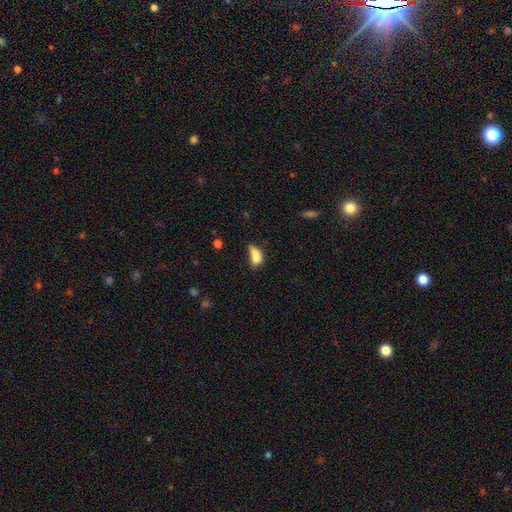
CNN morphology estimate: smooth_or_featured: smooth (p=0.75) [alt: featured or disk p=0.14]
how_rounded: in between (p=0.82) [alt: cigar-shaped p=0.09]
merging: minor disturbance (p=0.27) [alt: none p=0.26]